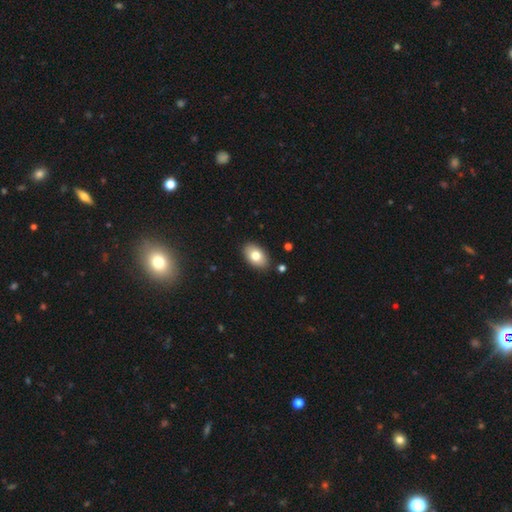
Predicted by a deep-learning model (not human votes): Smooth or featured: smooth — 79% (featured or disk — 14%)
How rounded: in between — 90% (round — 8%)
Merging: none — 88% (minor disturbance — 9%)